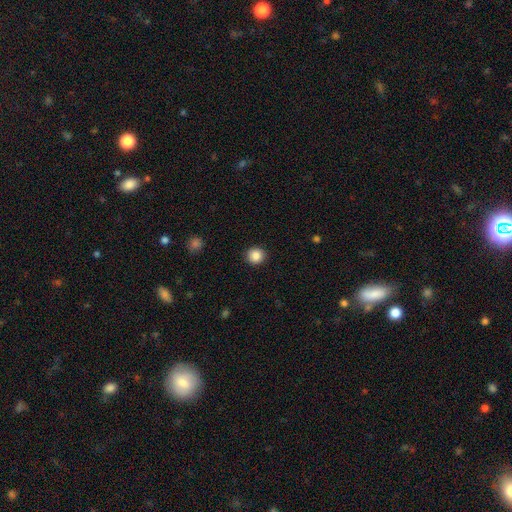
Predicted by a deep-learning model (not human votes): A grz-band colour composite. It shows a smooth galaxy with no disk features (87%) that is round (92%). Merging: none (92%).